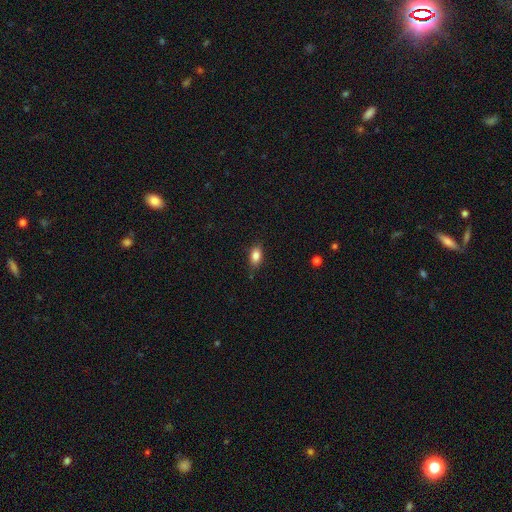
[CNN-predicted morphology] Smooth or featured: smooth — 86% (star or artifact — 9%)
How rounded: in between — 87% (round — 10%)
Merging: none — 83% (minor disturbance — 13%)